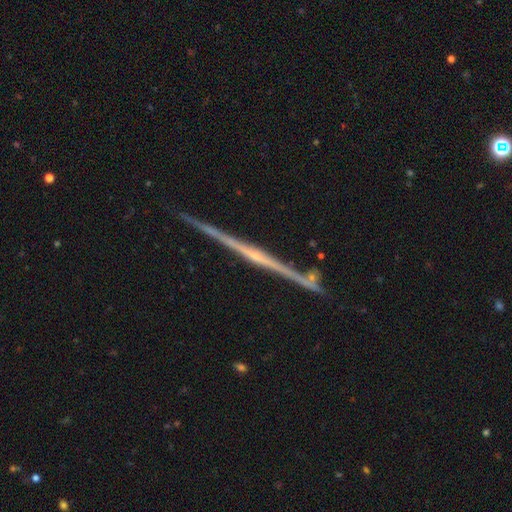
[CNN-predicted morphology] Smooth or featured: featured or disk — 85% (smooth — 9%)
Edge-on disk: yes — 98% (no — 2%)
Edge-on bulge: rounded — 49% (none — 41%)
Merging: none — 86% (minor disturbance — 9%)